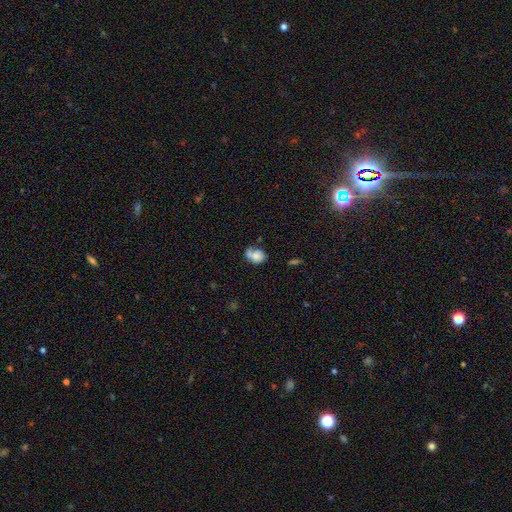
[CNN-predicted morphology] smooth 63%, featured or disk 28%, star or artifact 9%. Down the decision tree: how rounded — in between (68%); merging — none (38%).